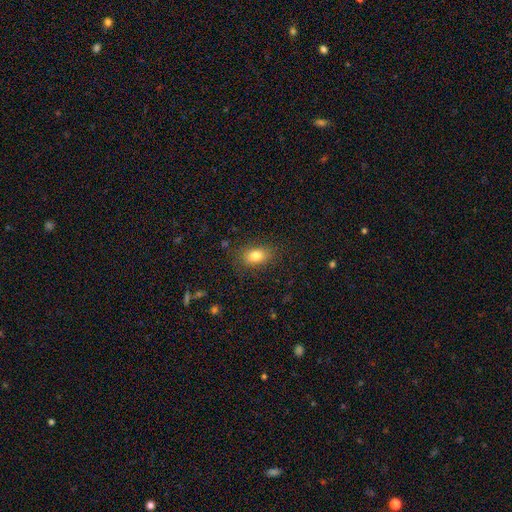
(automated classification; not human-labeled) The model was most divided on "how rounded": in between: 80%, round: 18%, cigar-shaped: 2%. More confident: merging — none (83%); smooth or featured — smooth (81%).